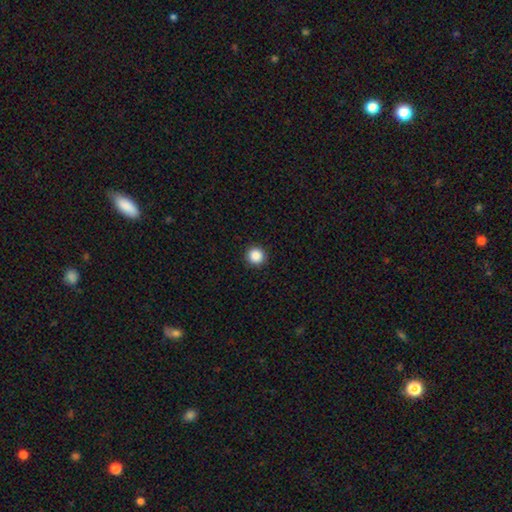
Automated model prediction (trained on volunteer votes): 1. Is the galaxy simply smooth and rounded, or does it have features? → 88% smooth, 10% star or artifact, 3% featured or disk.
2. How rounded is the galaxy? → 96% round, 3% in between, 1% cigar-shaped.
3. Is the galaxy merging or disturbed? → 93% none, 4% minor disturbance, 2% major disturbance, 1% merger.